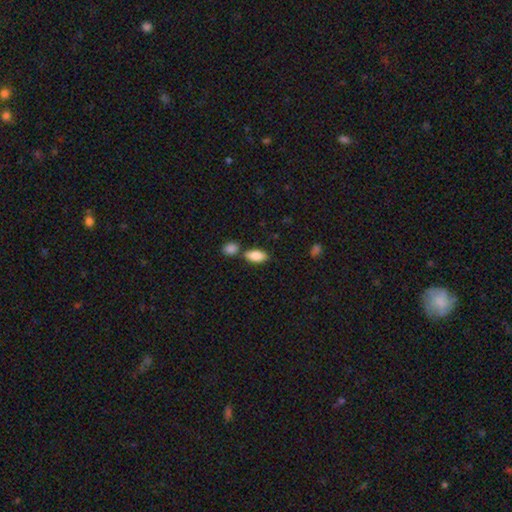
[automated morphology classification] Smooth or featured: smooth — 86% (featured or disk — 7%)
How rounded: in between — 90% (cigar-shaped — 7%)
Merging: none — 69% (merger — 17%)